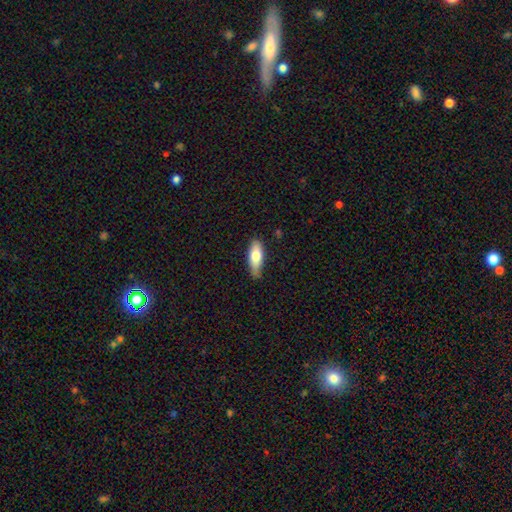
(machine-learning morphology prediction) This is likely a smooth galaxy (75%). How rounded: likely in between (70%). Merging: likely none (73%).